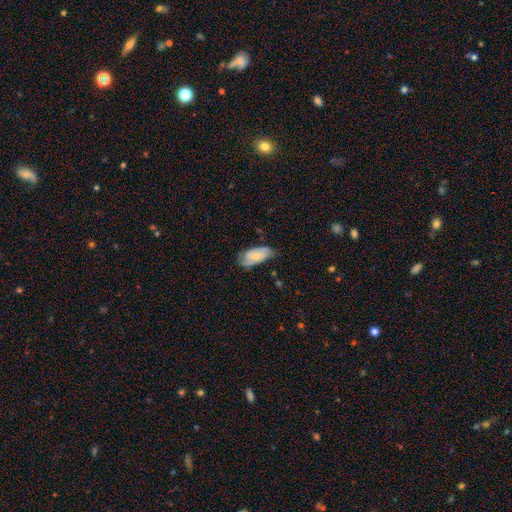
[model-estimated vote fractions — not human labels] Overall: featured or disk (49%; smooth 44%). Merging: none (62%; minor disturbance 28%).